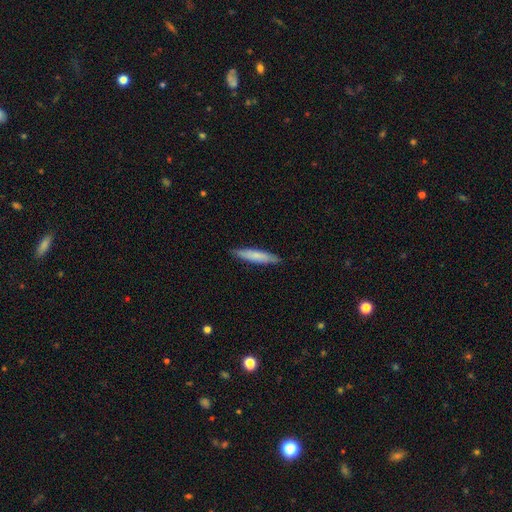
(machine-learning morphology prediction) This is likely a smooth galaxy (73%). How rounded: clearly cigar-shaped (87%). Merging: clearly none (86%).